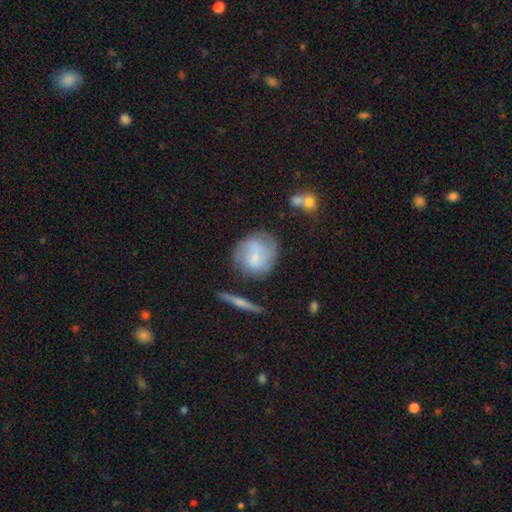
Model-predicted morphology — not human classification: This is possibly a smooth galaxy (53%). How rounded: likely round (80%). Merging: likely none (65%).